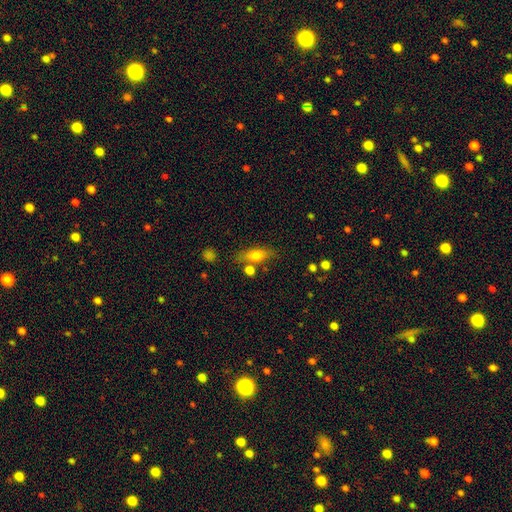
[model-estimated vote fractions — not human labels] This appears to be a smooth galaxy with no disk features (72%) that is in between round and cigar-shaped (70%). Merging: none (65%).